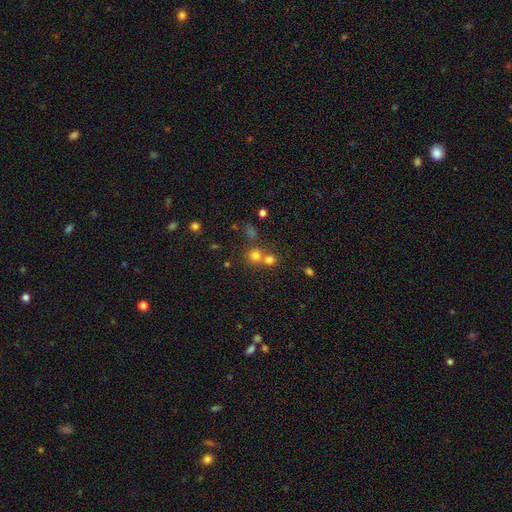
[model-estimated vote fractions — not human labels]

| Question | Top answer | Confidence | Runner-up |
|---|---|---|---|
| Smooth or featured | smooth | 72% | star or artifact (18%) |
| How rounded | round | 88% | in between (11%) |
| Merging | none | 50% | merger (42%) |